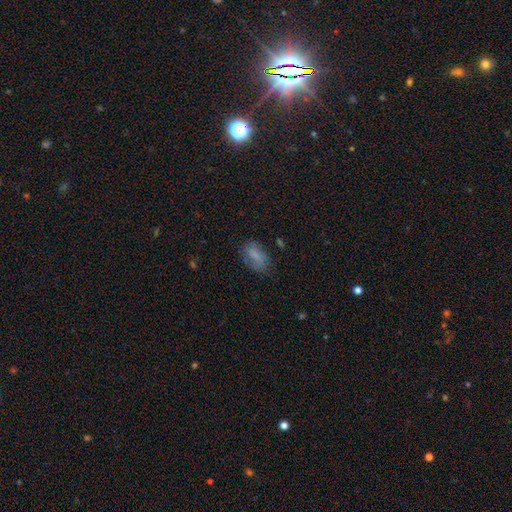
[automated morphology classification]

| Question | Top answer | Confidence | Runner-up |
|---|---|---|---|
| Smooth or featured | smooth | 73% | featured or disk (17%) |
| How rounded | in between | 89% | round (8%) |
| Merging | none | 63% | minor disturbance (24%) |